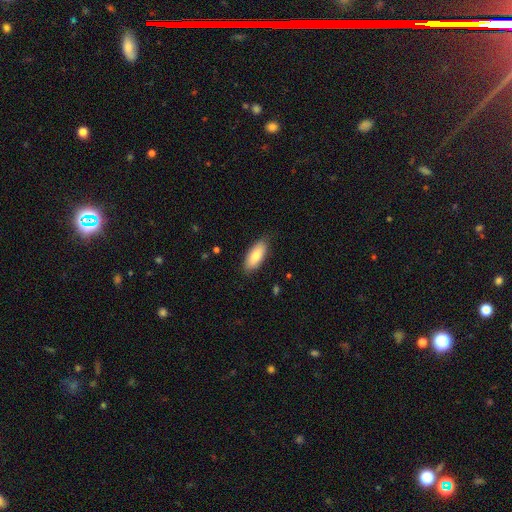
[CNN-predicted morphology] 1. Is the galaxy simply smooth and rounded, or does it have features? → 83% smooth, 11% featured or disk, 6% star or artifact.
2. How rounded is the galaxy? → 82% in between, 16% cigar-shaped, 2% round.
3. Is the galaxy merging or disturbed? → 84% none, 12% minor disturbance, 2% major disturbance, 1% merger.